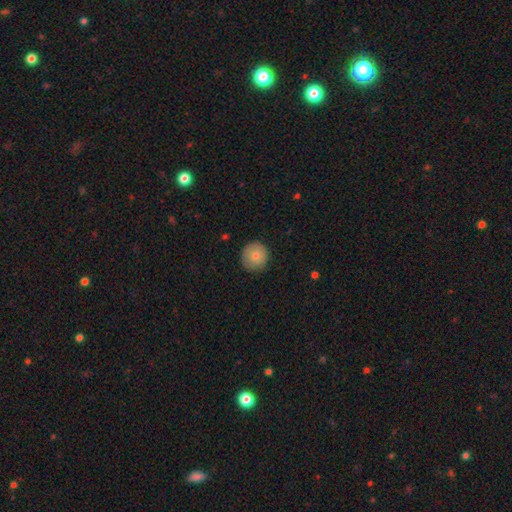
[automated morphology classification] smooth-or-featured: smooth: 78% | featured or disk: 14% | star or artifact: 7%
  how-rounded: round: 94% | in between: 6% | cigar-shaped: 1%
  merging: none: 86% | minor disturbance: 10% | major disturbance: 2% | merger: 1%